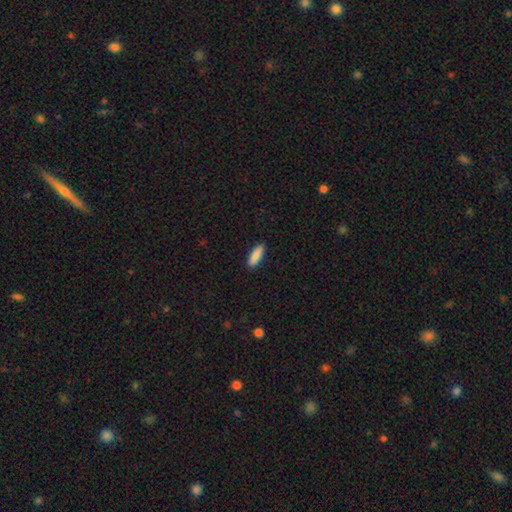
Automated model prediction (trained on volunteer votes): A smooth galaxy with no disk features (88%) that is cigar-shaped (53%).

Vote fractions:
- Smooth or featured? smooth: 88% / featured or disk: 6% / star or artifact: 6%
- How rounded? cigar-shaped: 53% / in between: 45% / round: 2%
- Merging? none: 90% / minor disturbance: 7% / major disturbance: 2% / merger: 1%